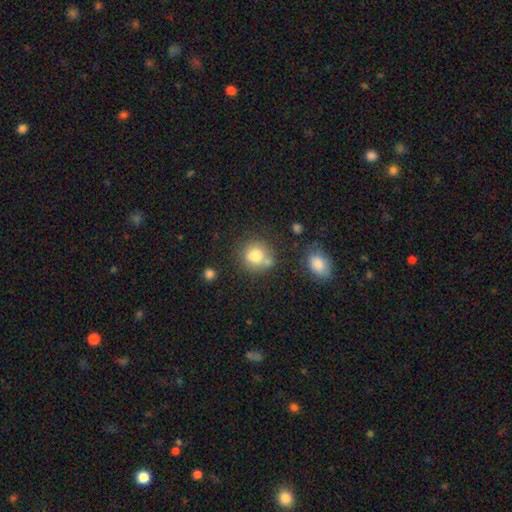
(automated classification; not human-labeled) Smooth or featured?
  - smooth: 77% *
  - featured or disk: 13%
  - star or artifact: 10%
How rounded?
  - round: 83% *
  - in between: 16%
  - cigar-shaped: 1%
Merging?
  - none: 60% *
  - merger: 20%
  - minor disturbance: 15%
  - major disturbance: 5%